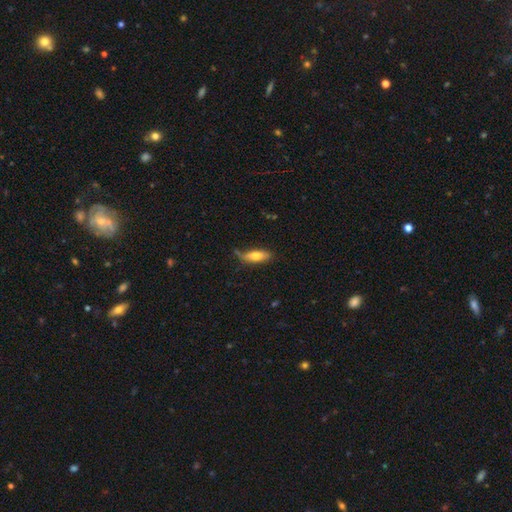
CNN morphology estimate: Smooth or featured?
  - smooth: 67% *
  - featured or disk: 26%
  - star or artifact: 6%
How rounded?
  - in between: 54% *
  - cigar-shaped: 44%
  - round: 2%
Merging?
  - none: 59% *
  - minor disturbance: 27%
  - major disturbance: 8%
  - merger: 5%